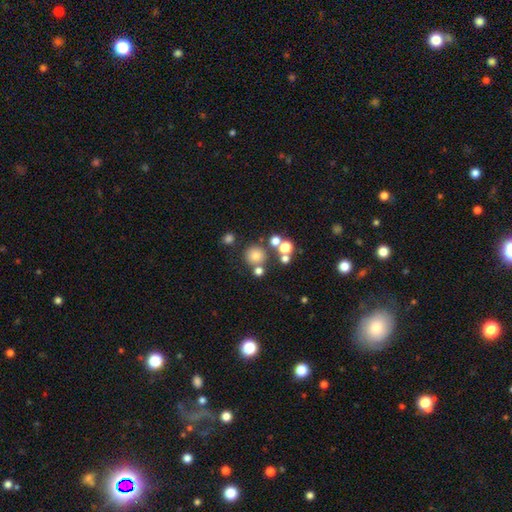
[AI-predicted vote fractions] Smooth or featured: smooth — 71% (star or artifact — 18%)
How rounded: round — 92% (in between — 7%)
Merging: none — 72% (merger — 16%)